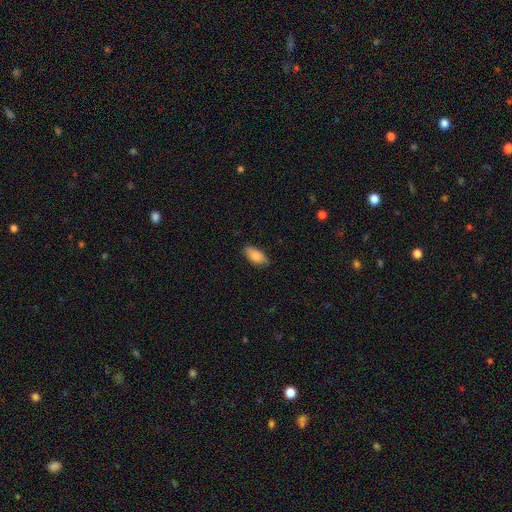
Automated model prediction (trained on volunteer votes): Q: Smooth or featured?
A: smooth (85%); runner-up: featured or disk (8%)
Q: How rounded?
A: in between (90%); runner-up: cigar-shaped (7%)
Q: Merging?
A: none (83%); runner-up: minor disturbance (13%)